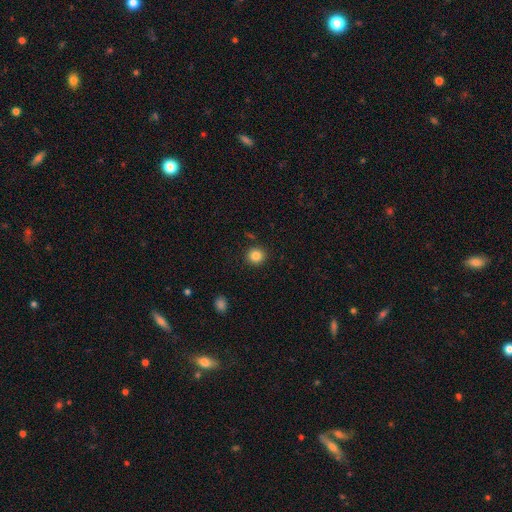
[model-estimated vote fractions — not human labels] Morphology: type=smooth (85%); roundness=round (91%); merging=none (90%).